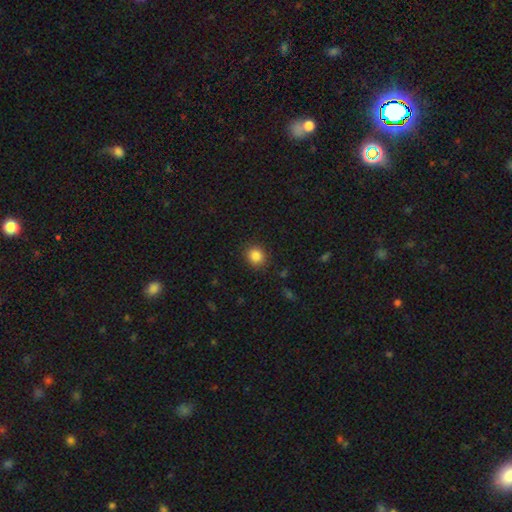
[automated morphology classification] Smooth or featured: smooth — 86% (star or artifact — 10%)
How rounded: round — 77% (in between — 22%)
Merging: none — 88% (minor disturbance — 8%)